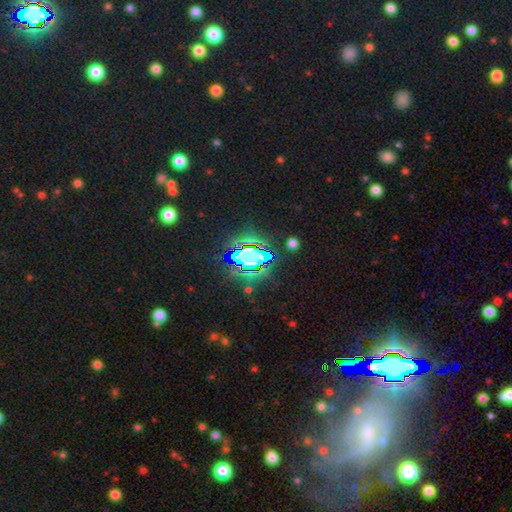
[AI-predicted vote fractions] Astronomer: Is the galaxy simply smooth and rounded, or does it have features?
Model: star or artifact — 65%.